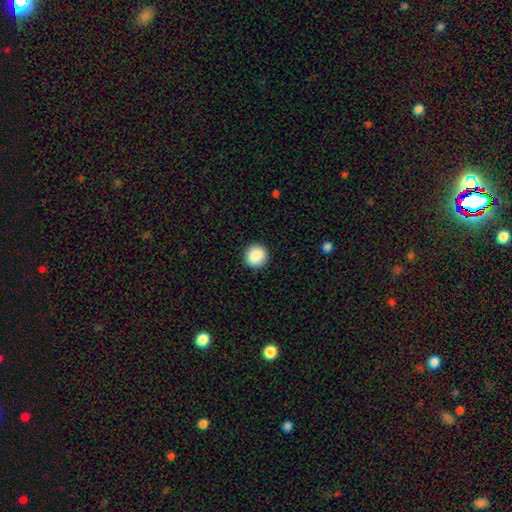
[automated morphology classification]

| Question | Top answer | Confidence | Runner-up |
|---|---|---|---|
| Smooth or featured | smooth | 88% | star or artifact (8%) |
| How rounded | round | 92% | in between (7%) |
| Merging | none | 91% | minor disturbance (6%) |